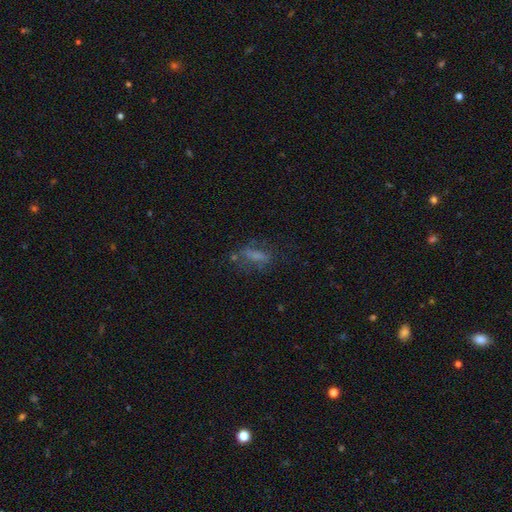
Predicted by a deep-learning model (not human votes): smooth_or_featured: smooth (p=0.50) [alt: featured or disk p=0.31]
merging: none (p=0.51) [alt: major disturbance p=0.22]